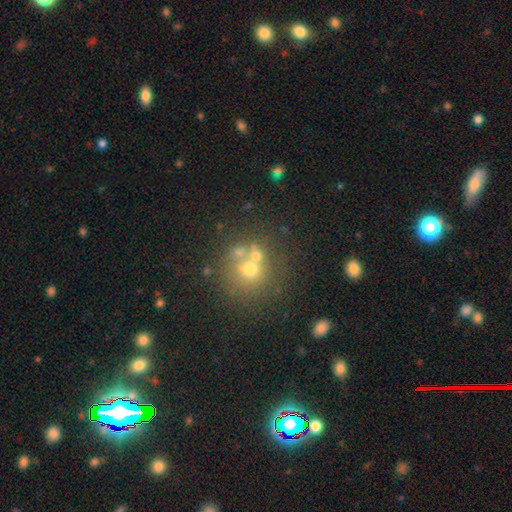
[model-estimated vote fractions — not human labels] Overall: smooth (57%; featured or disk 21%). How rounded: round (87%). Merging: none (52%; merger 33%).